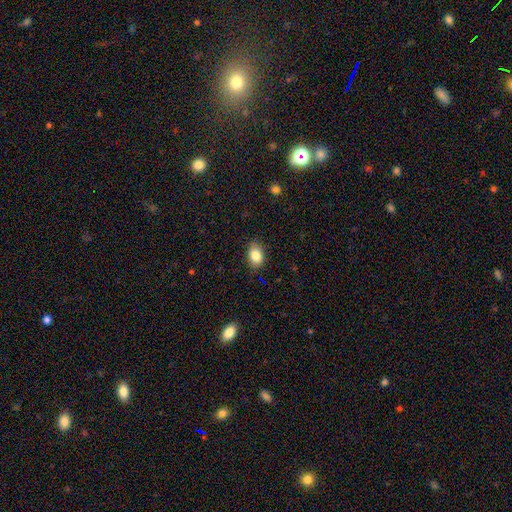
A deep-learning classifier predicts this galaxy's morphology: smooth 84%, star or artifact 8%, featured or disk 7%. Down the decision tree: how rounded — in between (82%); merging — none (82%).